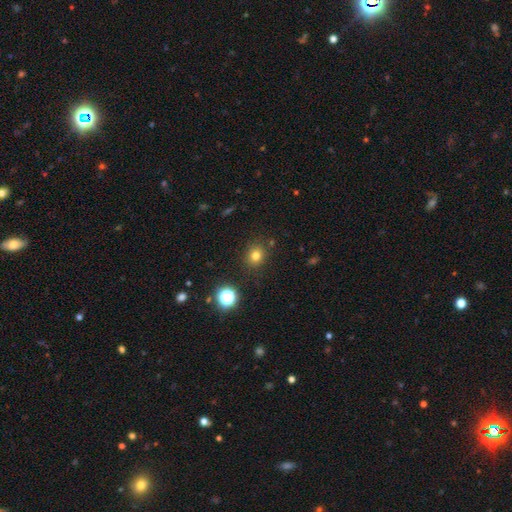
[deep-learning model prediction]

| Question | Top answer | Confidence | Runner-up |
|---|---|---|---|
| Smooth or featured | smooth | 76% | star or artifact (17%) |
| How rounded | round | 77% | in between (22%) |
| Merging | none | 86% | minor disturbance (9%) |